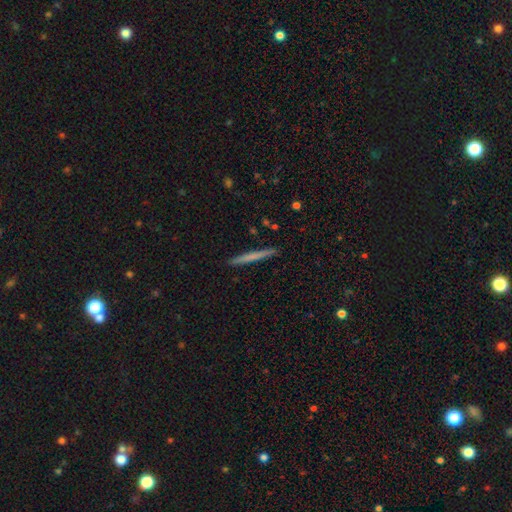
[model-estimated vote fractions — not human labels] Smooth or featured? Predicted: smooth (p=0.60). How rounded? Predicted: cigar-shaped (p=0.97). Merging? Predicted: none (p=0.92).